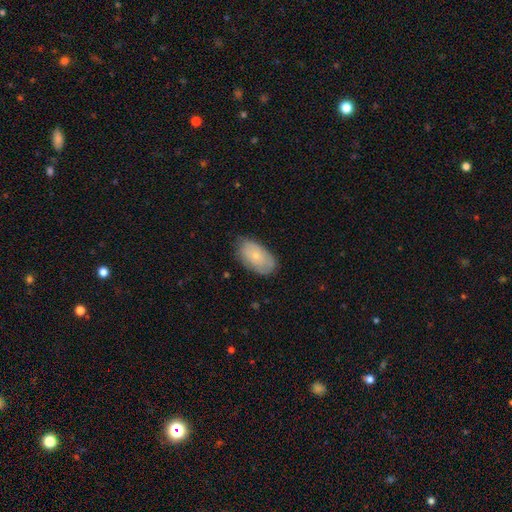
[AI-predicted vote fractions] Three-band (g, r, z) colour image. It shows a smooth galaxy with no disk features (66%) that is in between round and cigar-shaped (94%). Merging: none (74%).